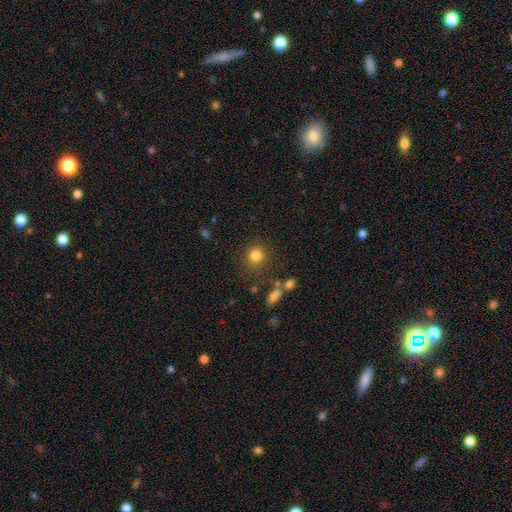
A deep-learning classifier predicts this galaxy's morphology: This appears to be a smooth galaxy with no disk features (82%) that is round (88%). Merging: none (81%).